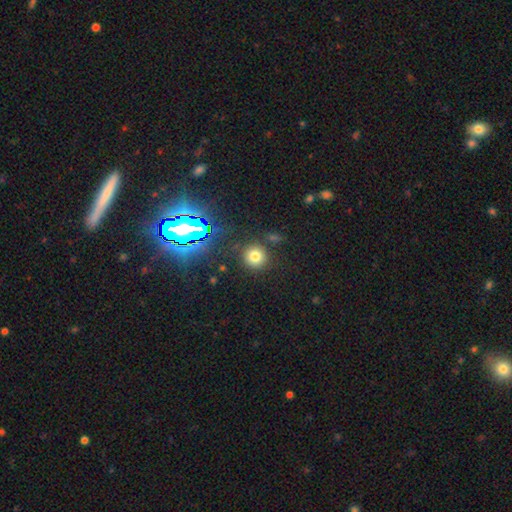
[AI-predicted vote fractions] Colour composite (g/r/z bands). It shows a smooth galaxy with no disk features (72%) that is round (93%). Merging: none (85%).